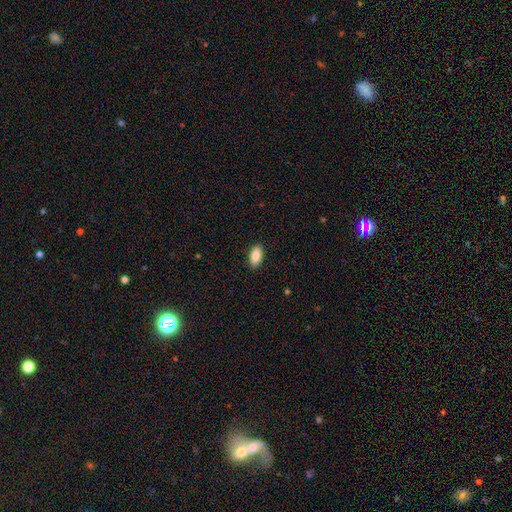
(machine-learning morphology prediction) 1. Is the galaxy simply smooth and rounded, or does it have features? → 88% smooth, 7% star or artifact, 5% featured or disk.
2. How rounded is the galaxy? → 91% in between, 6% cigar-shaped, 3% round.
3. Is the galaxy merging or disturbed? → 89% none, 8% minor disturbance, 2% major disturbance, 1% merger.